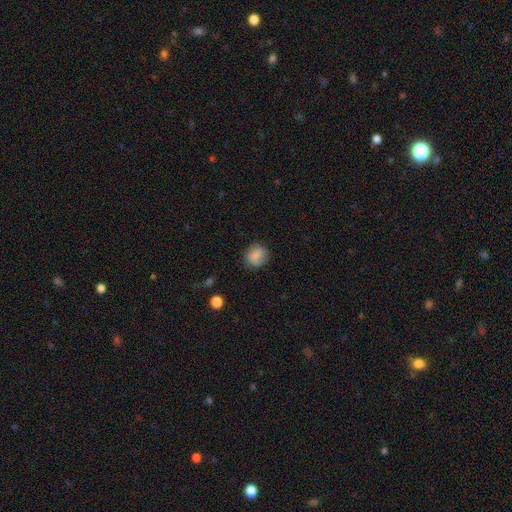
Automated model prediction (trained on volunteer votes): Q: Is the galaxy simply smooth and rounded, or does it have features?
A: smooth — 82%.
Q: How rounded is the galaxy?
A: round — 74%.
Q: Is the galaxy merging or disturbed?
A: none — 77%.